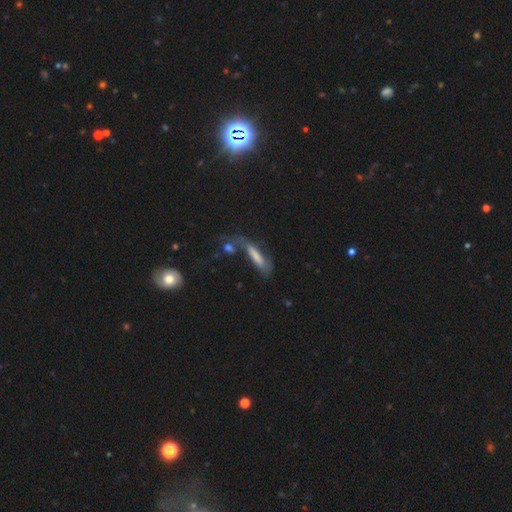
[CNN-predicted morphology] Q: Smooth or featured?
A: smooth (55%); runner-up: featured or disk (32%)
Q: How rounded?
A: cigar-shaped (74%); runner-up: in between (23%)
Q: Merging?
A: none (43%); runner-up: minor disturbance (21%)